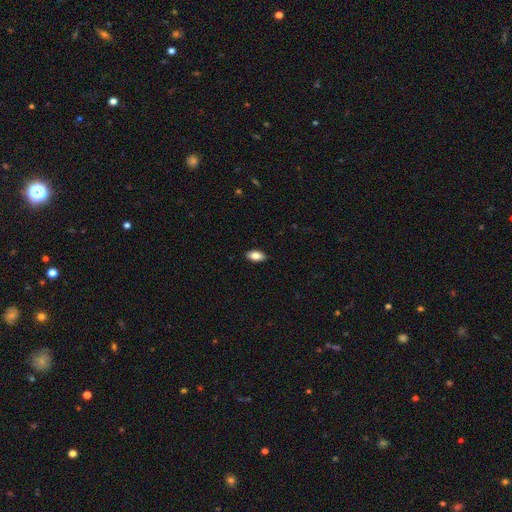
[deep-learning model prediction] Smooth or featured: smooth — 83% (featured or disk — 9%)
How rounded: in between — 92% (round — 5%)
Merging: none — 89% (minor disturbance — 8%)